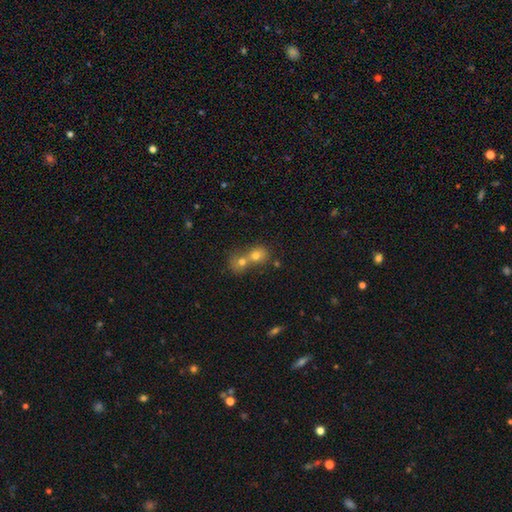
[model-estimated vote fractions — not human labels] A smooth galaxy with no disk features (68%) that is round (69%). Merging: merger (66%).